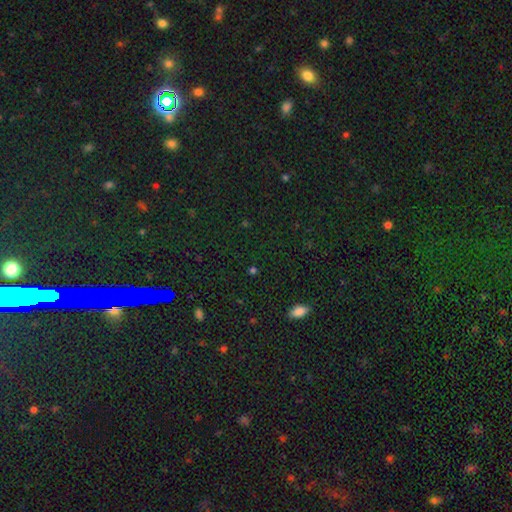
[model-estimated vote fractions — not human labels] The model was most divided on "smooth or featured": star or artifact: 78%, smooth: 14%, featured or disk: 9%.